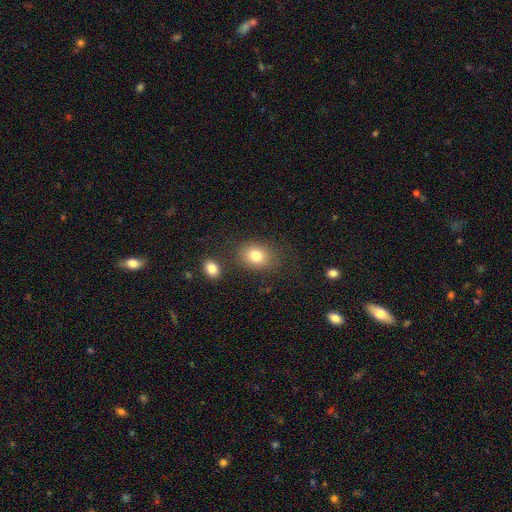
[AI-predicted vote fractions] A smooth galaxy with no disk features (80%) that is in between round and cigar-shaped (54%). Merging: none (77%).